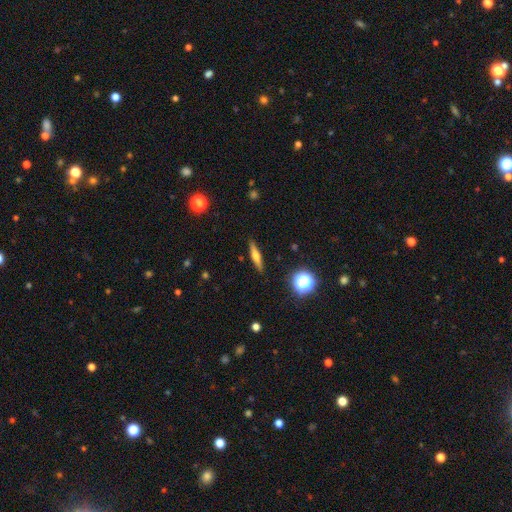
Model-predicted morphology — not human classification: Smooth or featured? Predicted: smooth (p=0.46). Merging? Predicted: none (p=0.89).